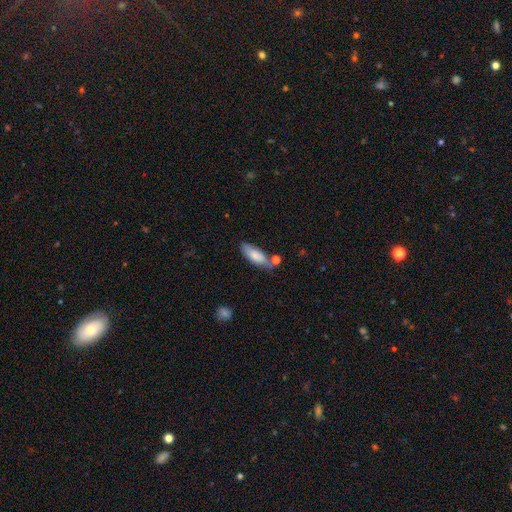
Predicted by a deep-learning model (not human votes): A smooth galaxy with no disk features (79%) that is in between round and cigar-shaped (69%).

Vote fractions:
- Smooth or featured? smooth: 79% / featured or disk: 14% / star or artifact: 6%
- How rounded? in between: 69% / cigar-shaped: 29% / round: 2%
- Merging? none: 61% / minor disturbance: 21% / merger: 13% / major disturbance: 5%